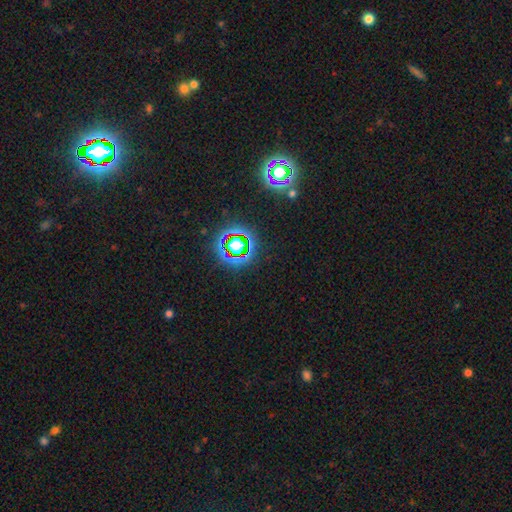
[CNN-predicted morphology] A star or artifact, not a galaxy (78%).

Vote fractions:
- Smooth or featured? star or artifact: 78% / smooth: 14% / featured or disk: 7%